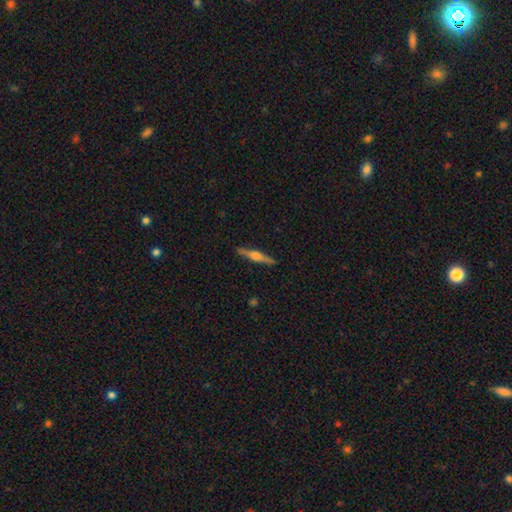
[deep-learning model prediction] This is likely a featured or disk galaxy (70%). It is clearly viewed edge-on (98%). Edge-on bulge: clearly rounded (90%). Merging: clearly none (90%).